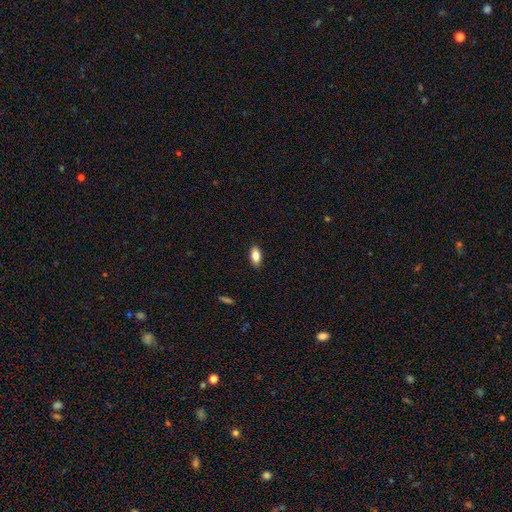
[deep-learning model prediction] A smooth galaxy with no disk features (83%) that is in between round and cigar-shaped (89%).

Vote fractions:
- Smooth or featured? smooth: 83% / featured or disk: 10% / star or artifact: 7%
- How rounded? in between: 89% / cigar-shaped: 8% / round: 3%
- Merging? none: 89% / minor disturbance: 9% / major disturbance: 2% / merger: 1%